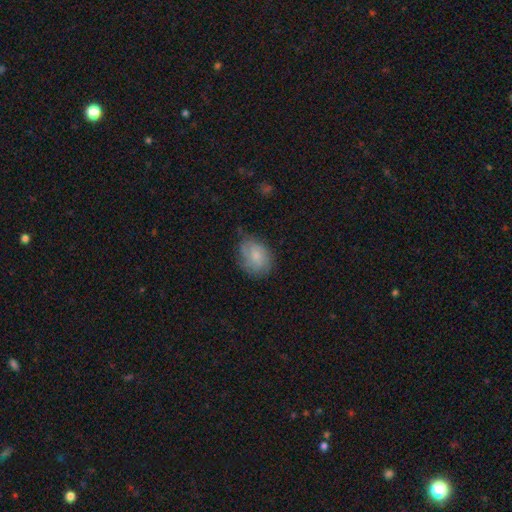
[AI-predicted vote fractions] This appears to be a smooth galaxy with no disk features (66%) that is in between round and cigar-shaped (63%). Merging: none (63%).